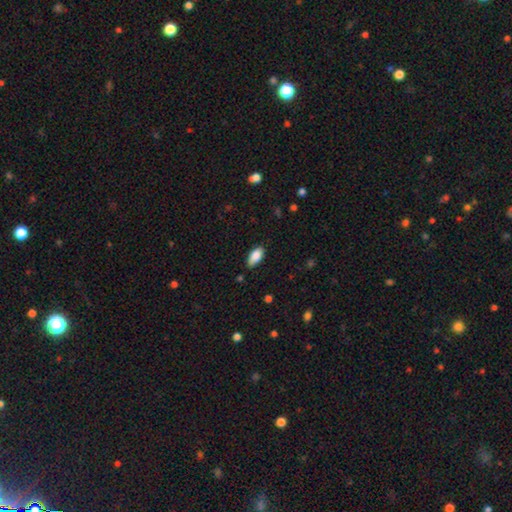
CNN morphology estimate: Smooth or featured? Predicted: smooth (p=0.86). How rounded? Predicted: in between (p=0.91). Merging? Predicted: none (p=0.78).